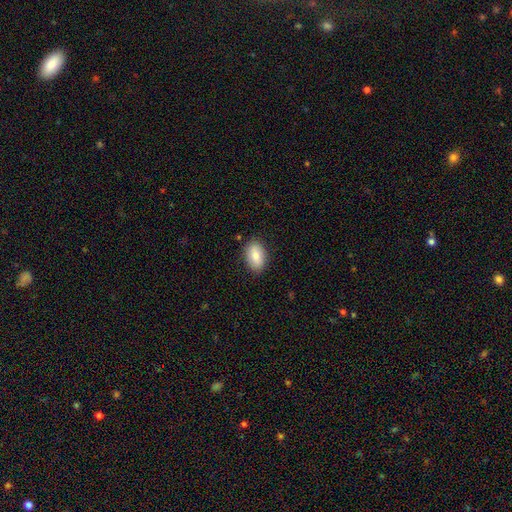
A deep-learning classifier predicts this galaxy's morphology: The model was most divided on "smooth or featured": smooth: 79%, featured or disk: 14%, star or artifact: 7%. More confident: how rounded — in between (90%); merging — none (86%).